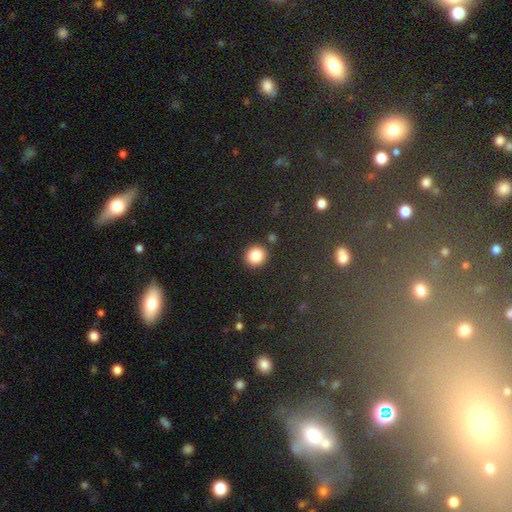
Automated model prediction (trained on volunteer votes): Q: Smooth or featured?
A: smooth (84%); runner-up: star or artifact (10%)
Q: How rounded?
A: round (87%); runner-up: in between (12%)
Q: Merging?
A: none (89%); runner-up: minor disturbance (6%)